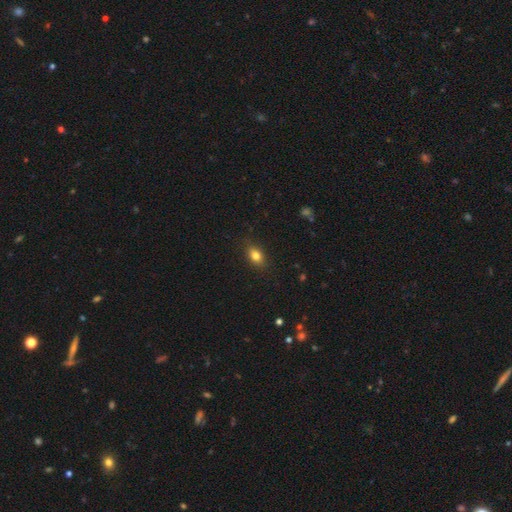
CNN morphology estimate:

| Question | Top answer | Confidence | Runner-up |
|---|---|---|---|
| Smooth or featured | smooth | 81% | star or artifact (10%) |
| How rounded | in between | 75% | round (22%) |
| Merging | none | 85% | minor disturbance (11%) |